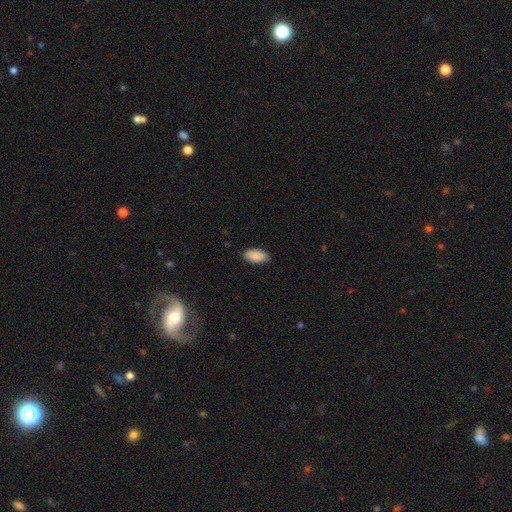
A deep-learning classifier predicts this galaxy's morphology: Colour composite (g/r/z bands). It shows a smooth galaxy with no disk features (90%) that is in between round and cigar-shaped (95%). Merging: none (87%).